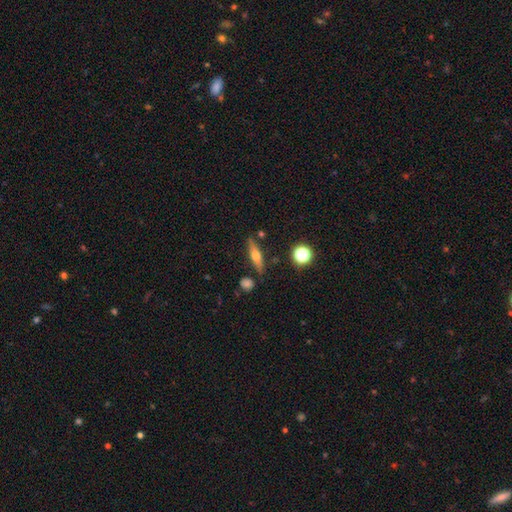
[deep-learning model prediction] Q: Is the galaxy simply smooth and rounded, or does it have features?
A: featured or disk — 47%.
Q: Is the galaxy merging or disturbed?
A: none — 81%.